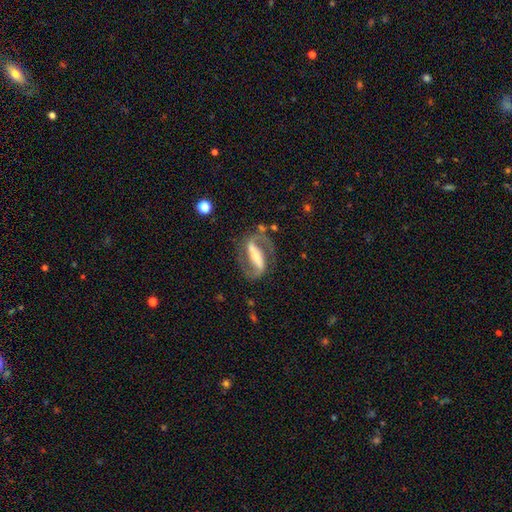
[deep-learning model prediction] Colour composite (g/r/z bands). It shows a featured or disk galaxy (89%) with a strong bar (74%), 2 (92%) medium (53%) spiral arms (95%) and a small central bulge (49%). Merging: none (77%).